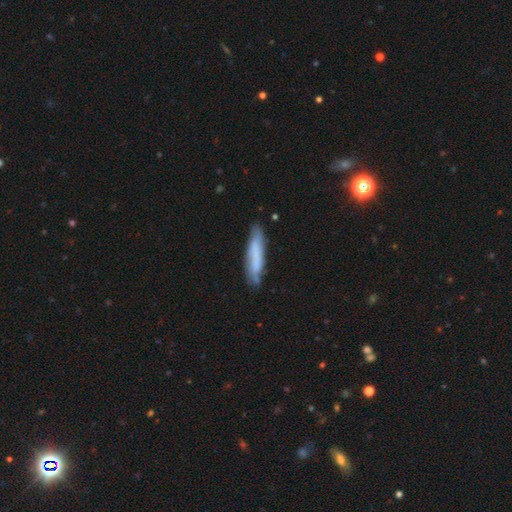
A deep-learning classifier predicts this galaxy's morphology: A smooth galaxy with no disk features (65%) that is cigar-shaped (82%).

Vote fractions:
- Smooth or featured? smooth: 65% / featured or disk: 28% / star or artifact: 7%
- How rounded? cigar-shaped: 82% / in between: 17% / round: 1%
- Merging? none: 73% / minor disturbance: 20% / major disturbance: 4% / merger: 3%